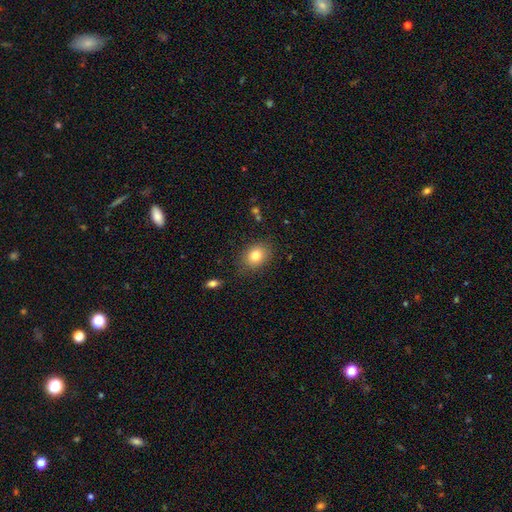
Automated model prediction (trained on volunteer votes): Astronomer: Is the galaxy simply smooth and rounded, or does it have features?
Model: smooth — 81%.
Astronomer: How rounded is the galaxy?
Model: in between — 57% (runner-up: round, 42%).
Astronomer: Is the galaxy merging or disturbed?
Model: none — 83%.